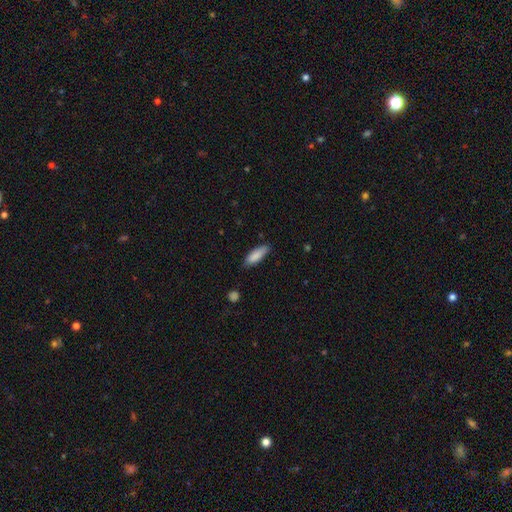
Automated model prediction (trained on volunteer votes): This is clearly a smooth galaxy (86%). How rounded: possibly in between (58%). Merging: likely none (77%).